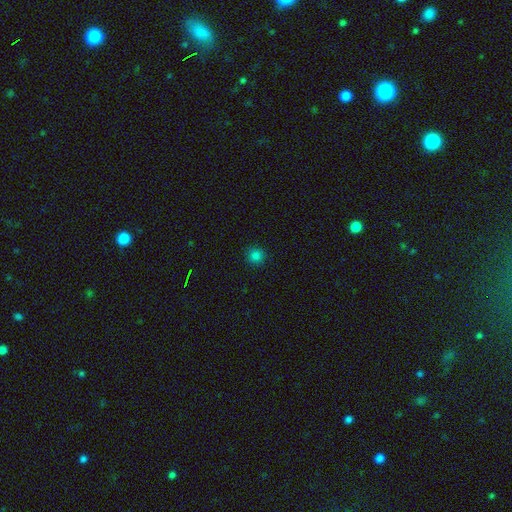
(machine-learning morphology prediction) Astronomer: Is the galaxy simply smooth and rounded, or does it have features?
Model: smooth — 82%.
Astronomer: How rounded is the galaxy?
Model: round — 94%.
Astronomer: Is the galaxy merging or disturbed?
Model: none — 92%.